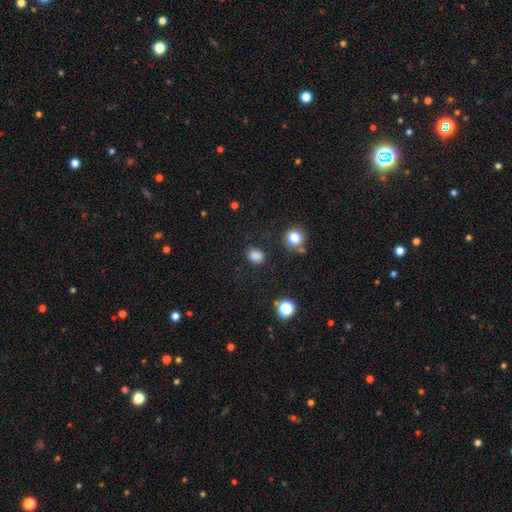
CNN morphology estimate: smooth_or_featured: smooth (p=0.83) [alt: star or artifact p=0.13]
how_rounded: in between (p=0.59) [alt: round p=0.39]
merging: none (p=0.82) [alt: minor disturbance p=0.12]